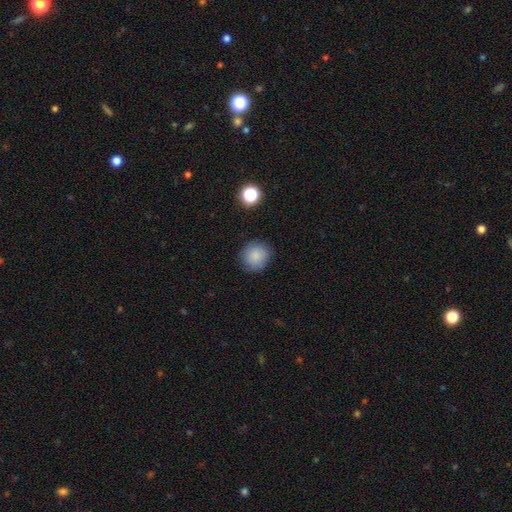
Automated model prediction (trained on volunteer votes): Smooth or featured? smooth (83%)
How rounded? round (87%)
Merging? none (82%)